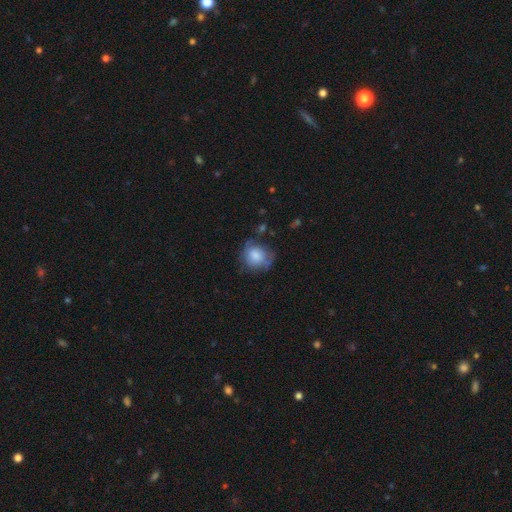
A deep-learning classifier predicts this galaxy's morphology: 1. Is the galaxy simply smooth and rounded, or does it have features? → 70% smooth, 22% featured or disk, 8% star or artifact.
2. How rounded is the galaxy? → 76% round, 23% in between, 1% cigar-shaped.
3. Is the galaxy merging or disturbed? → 55% none, 29% minor disturbance, 13% major disturbance, 3% merger.